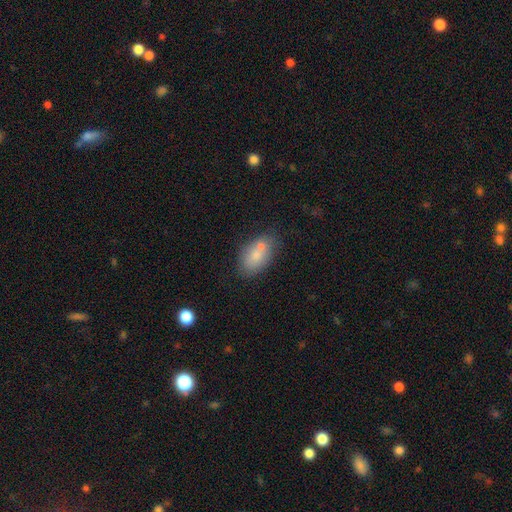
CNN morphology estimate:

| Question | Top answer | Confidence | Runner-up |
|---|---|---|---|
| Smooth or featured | smooth | 74% | featured or disk (16%) |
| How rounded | in between | 87% | round (10%) |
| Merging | none | 57% | merger (25%) |